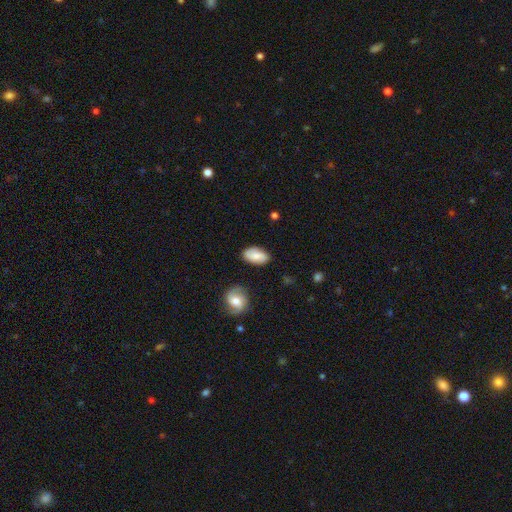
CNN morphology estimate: Smooth or featured? smooth (76%)
How rounded? in between (93%)
Merging? none (81%)